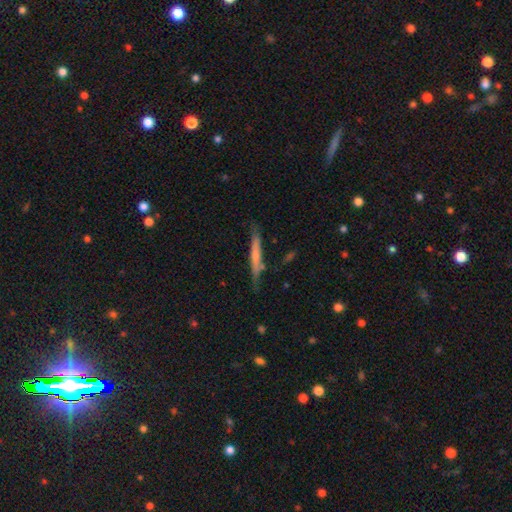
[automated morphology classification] Smooth or featured?
  - smooth: 53% *
  - featured or disk: 41%
  - star or artifact: 6%
How rounded?
  - cigar-shaped: 94% *
  - in between: 5%
  - round: 2%
Merging?
  - none: 74% *
  - minor disturbance: 17%
  - merger: 5%
  - major disturbance: 4%